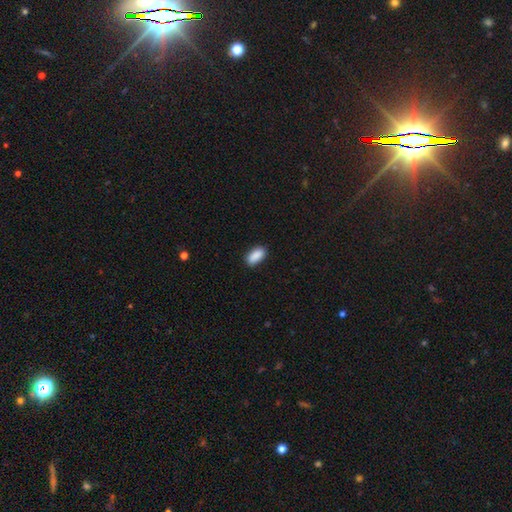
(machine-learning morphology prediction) A smooth galaxy with no disk features (90%) that is in between round and cigar-shaped (89%).

Vote fractions:
- Smooth or featured? smooth: 90% / star or artifact: 7% / featured or disk: 3%
- How rounded? in between: 89% / cigar-shaped: 8% / round: 3%
- Merging? none: 87% / minor disturbance: 10% / major disturbance: 2% / merger: 1%